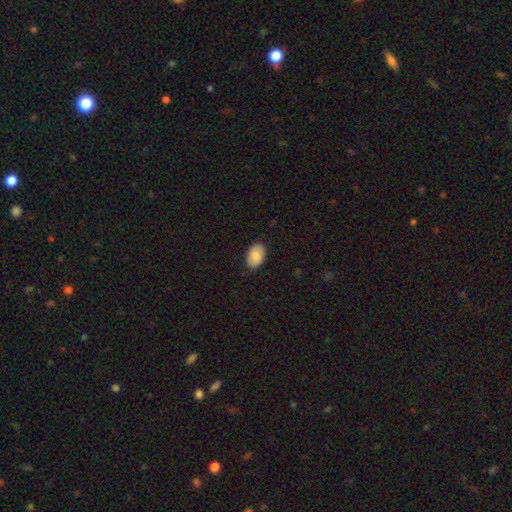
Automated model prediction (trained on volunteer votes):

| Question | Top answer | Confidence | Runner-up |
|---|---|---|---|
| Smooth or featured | smooth | 86% | featured or disk (8%) |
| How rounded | in between | 89% | round (10%) |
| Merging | none | 86% | minor disturbance (11%) |